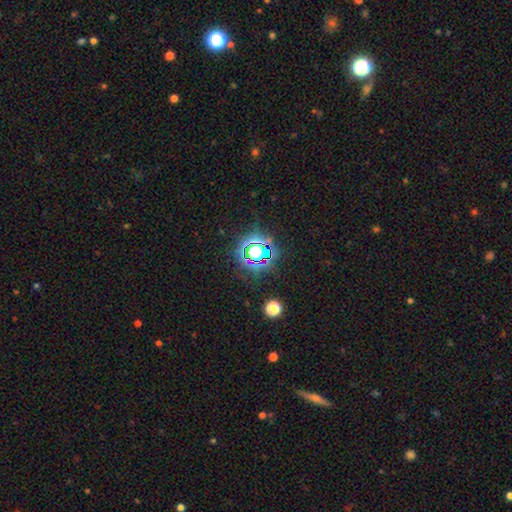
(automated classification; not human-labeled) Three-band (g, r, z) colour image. It shows a star or artifact, not a galaxy (79%).